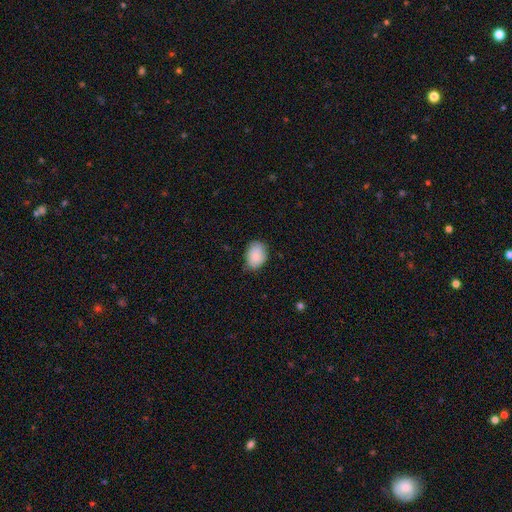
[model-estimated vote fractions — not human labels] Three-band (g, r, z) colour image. It shows a smooth galaxy with no disk features (84%) that is in between round and cigar-shaped (71%). Merging: none (70%).